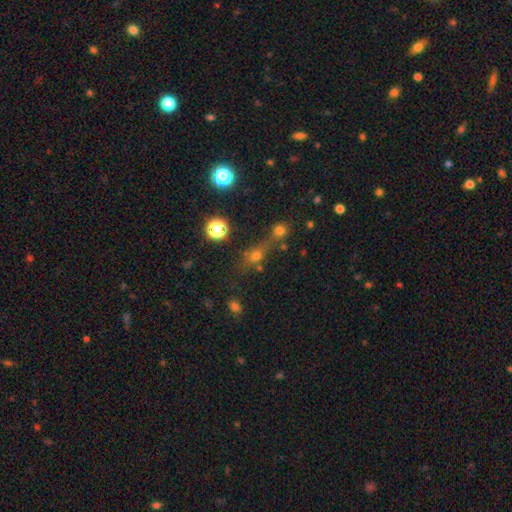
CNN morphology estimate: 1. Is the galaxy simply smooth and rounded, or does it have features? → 60% smooth, 27% star or artifact, 13% featured or disk.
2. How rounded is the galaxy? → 59% round, 33% in between, 8% cigar-shaped.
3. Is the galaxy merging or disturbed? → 42% none, 36% merger, 13% minor disturbance, 9% major disturbance.